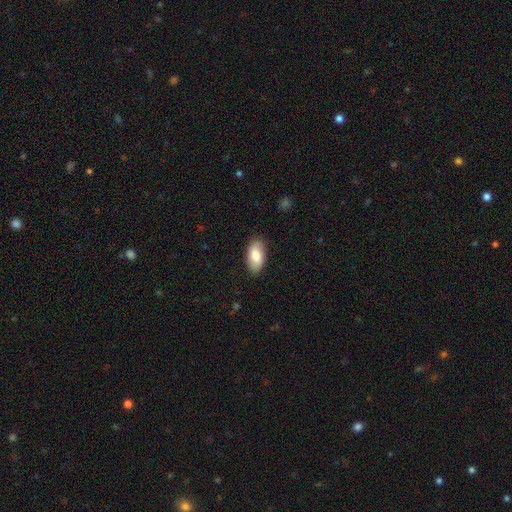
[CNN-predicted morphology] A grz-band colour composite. It shows a smooth galaxy with no disk features (82%) that is in between round and cigar-shaped (94%). Merging: none (86%).